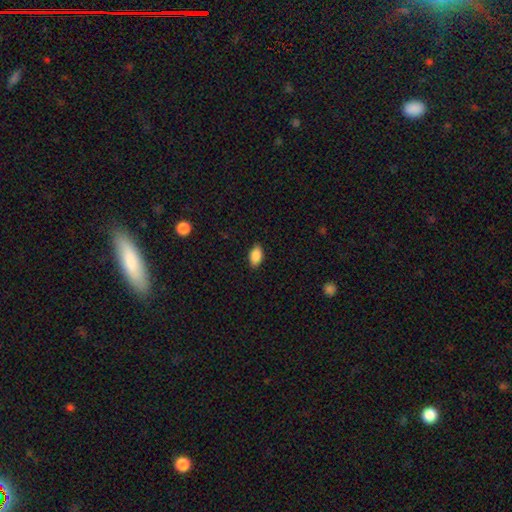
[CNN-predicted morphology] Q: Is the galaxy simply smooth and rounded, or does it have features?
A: smooth — 88%.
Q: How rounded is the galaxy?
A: in between — 92%.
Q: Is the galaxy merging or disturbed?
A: none — 87%.